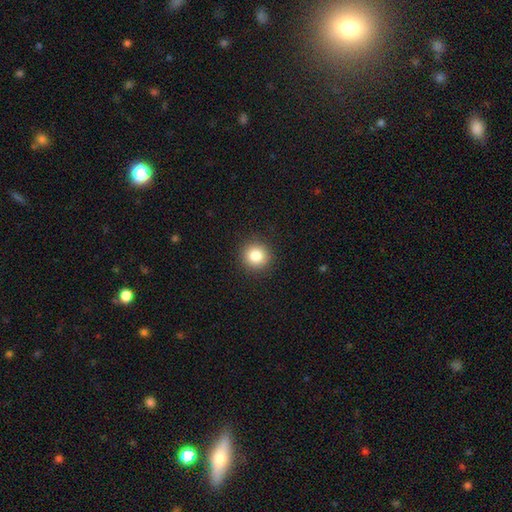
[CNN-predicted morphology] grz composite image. It shows a smooth galaxy with no disk features (83%) that is round (94%). Merging: none (91%).